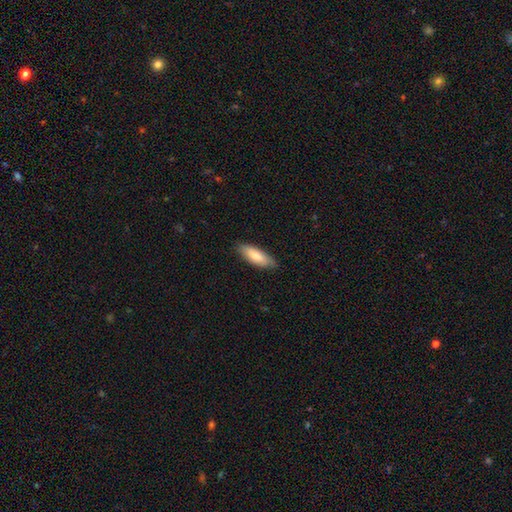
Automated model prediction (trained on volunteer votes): smooth-or-featured: smooth: 79% | featured or disk: 16% | star or artifact: 5%
  how-rounded: in between: 63% | cigar-shaped: 36% | round: 2%
  merging: none: 82% | minor disturbance: 15% | major disturbance: 2% | merger: 1%